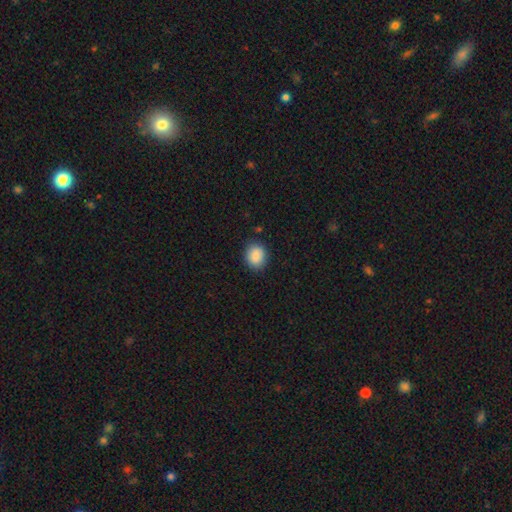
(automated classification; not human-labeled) Smooth or featured: smooth — 88% (star or artifact — 8%)
How rounded: round — 62% (in between — 37%)
Merging: none — 87% (minor disturbance — 10%)